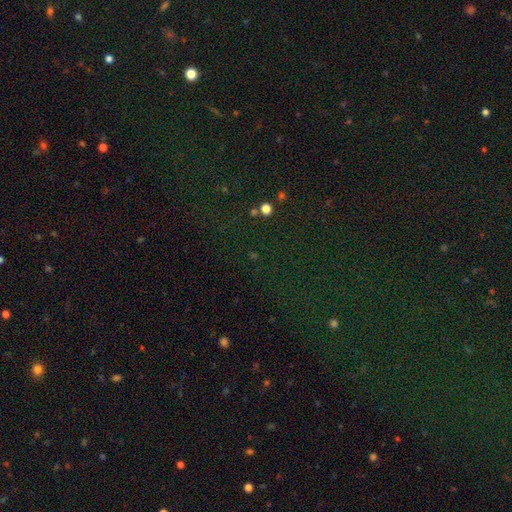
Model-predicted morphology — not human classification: A star or artifact, not a galaxy (76%).